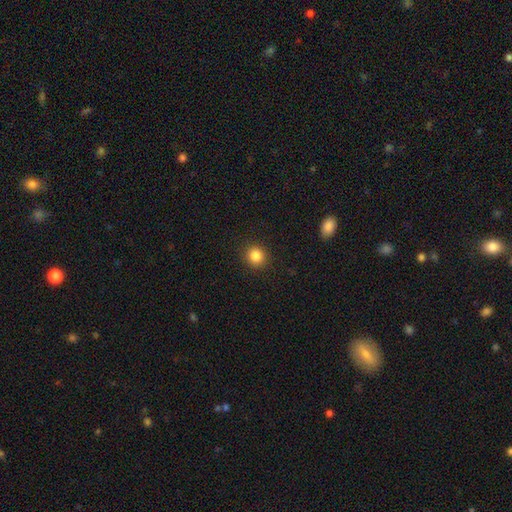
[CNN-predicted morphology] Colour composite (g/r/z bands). It shows a smooth galaxy with no disk features (85%) that is round (90%). Merging: none (91%).